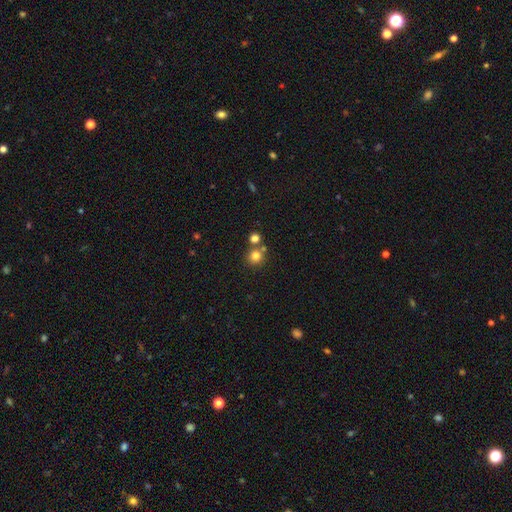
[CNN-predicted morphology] Smooth or featured: smooth — 78% (star or artifact — 14%)
How rounded: round — 91% (in between — 8%)
Merging: none — 68% (merger — 23%)